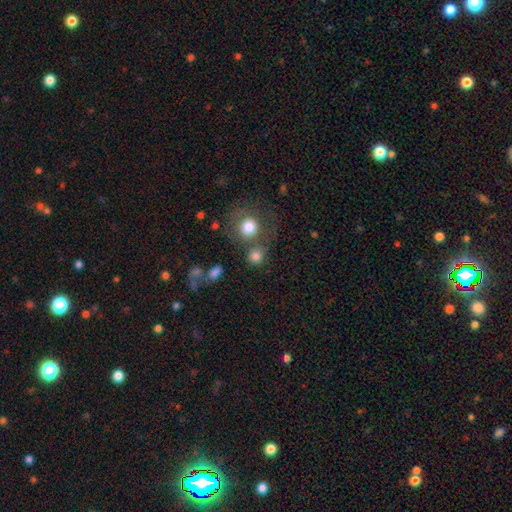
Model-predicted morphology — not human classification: Smooth or featured? smooth (80%)
How rounded? round (87%)
Merging? none (59%)